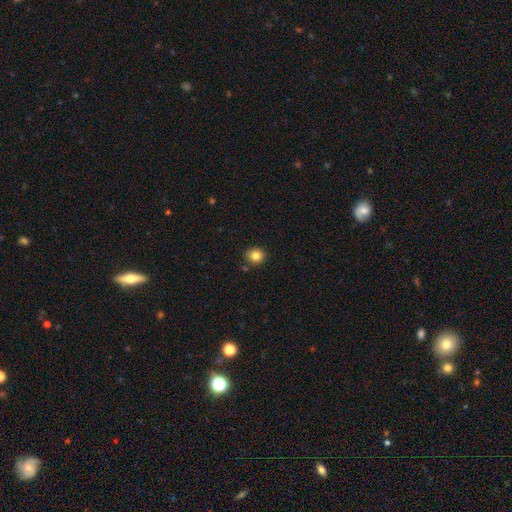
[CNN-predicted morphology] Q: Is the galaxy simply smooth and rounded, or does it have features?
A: smooth — 84%.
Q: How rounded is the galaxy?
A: round — 76%.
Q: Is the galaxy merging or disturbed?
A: none — 86%.